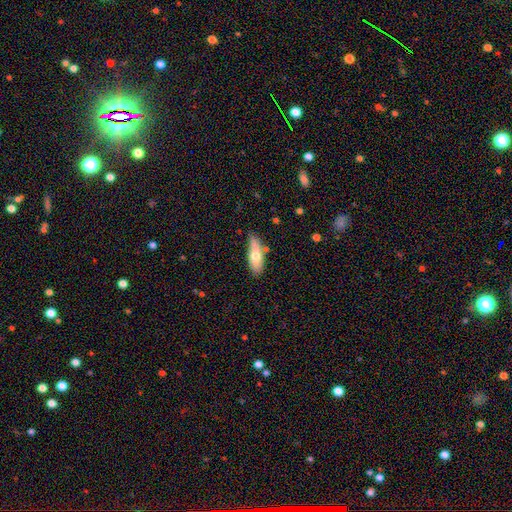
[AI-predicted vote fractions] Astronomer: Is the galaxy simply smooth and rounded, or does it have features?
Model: smooth — 67%.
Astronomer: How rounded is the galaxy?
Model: in between — 71%.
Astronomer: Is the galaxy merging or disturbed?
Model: none — 66%.